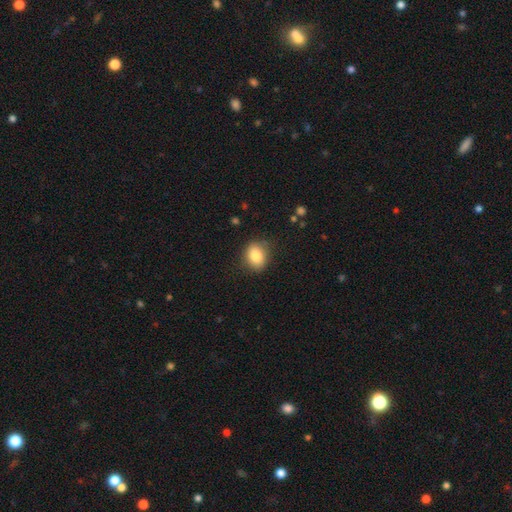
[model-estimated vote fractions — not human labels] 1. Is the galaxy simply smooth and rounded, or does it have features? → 83% smooth, 9% star or artifact, 8% featured or disk.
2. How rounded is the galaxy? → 52% in between, 47% round, 1% cigar-shaped.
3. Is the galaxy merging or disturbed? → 83% none, 12% minor disturbance, 3% major disturbance, 1% merger.